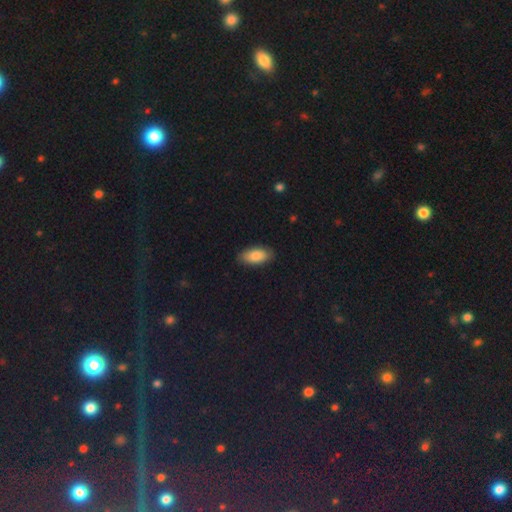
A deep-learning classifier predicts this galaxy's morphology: Smooth or featured? smooth (85%)
How rounded? in between (92%)
Merging? none (85%)